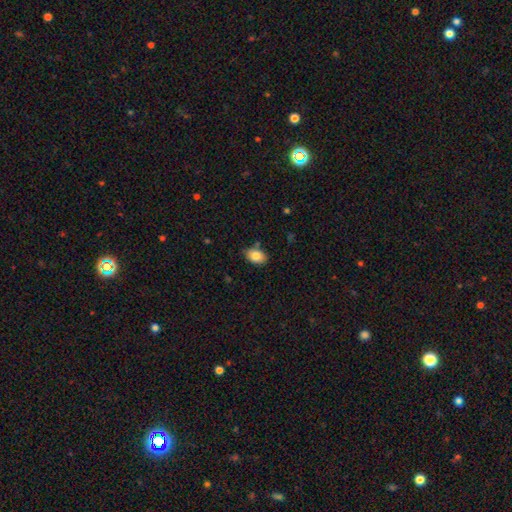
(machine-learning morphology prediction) Smooth or featured: smooth — 84% (featured or disk — 8%)
How rounded: in between — 84% (round — 14%)
Merging: none — 77% (minor disturbance — 16%)